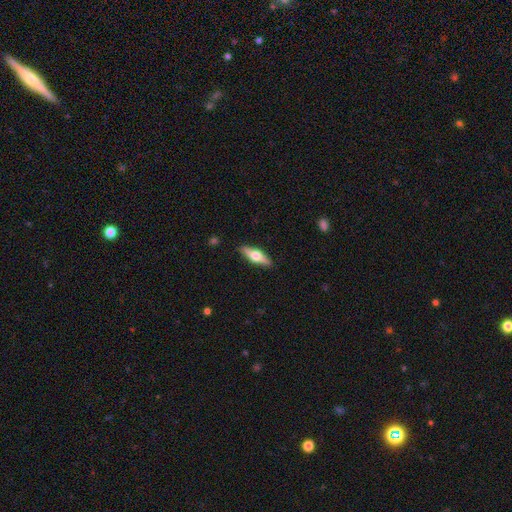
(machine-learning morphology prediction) A featured or disk galaxy (51%) viewed edge-on (92%). Merging: none (89%).